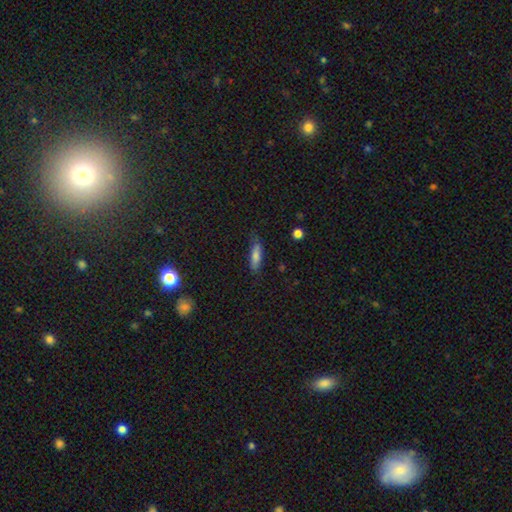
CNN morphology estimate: A smooth galaxy with no disk features (75%) that is cigar-shaped (56%).

Vote fractions:
- Smooth or featured? smooth: 75% / featured or disk: 16% / star or artifact: 8%
- How rounded? cigar-shaped: 56% / in between: 41% / round: 2%
- Merging? none: 74% / minor disturbance: 20% / major disturbance: 4% / merger: 2%